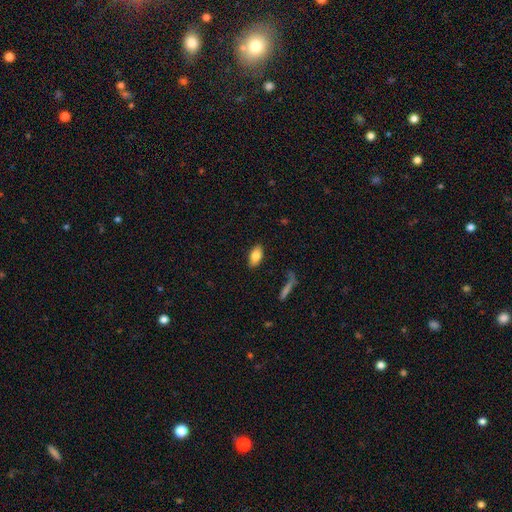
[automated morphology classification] type=smooth (81%); roundness=in between (91%); merging=none (86%).